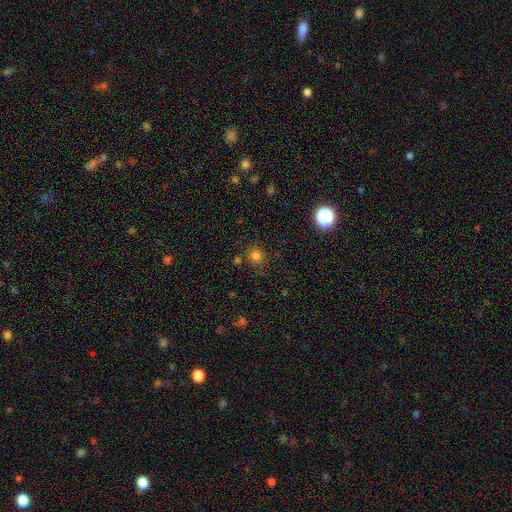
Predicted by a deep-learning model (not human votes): A smooth galaxy with no disk features (77%) that is round (91%). Merging: none (82%).